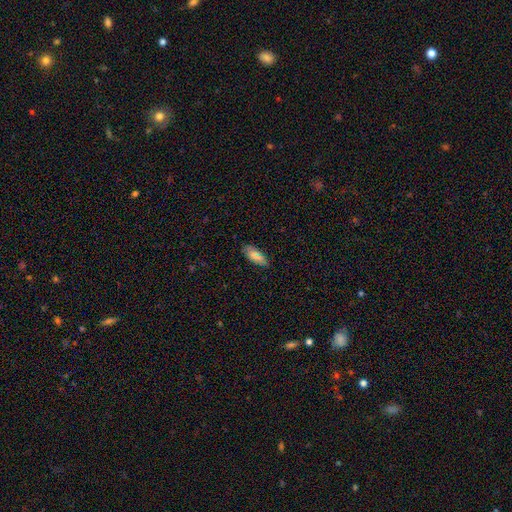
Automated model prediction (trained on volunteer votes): This appears to be a smooth galaxy with no disk features (80%) that is in between round and cigar-shaped (72%). Merging: none (79%).